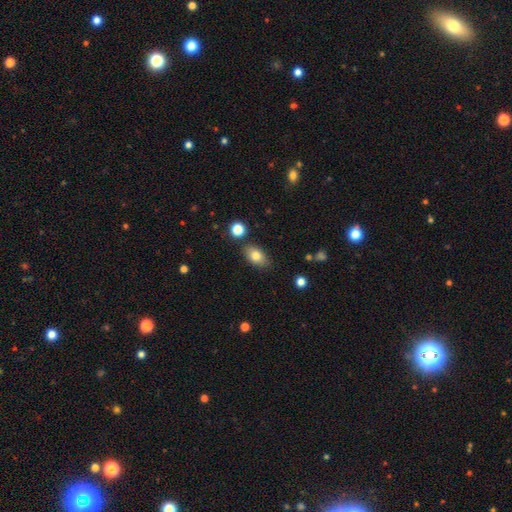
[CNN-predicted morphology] The model was most divided on "smooth or featured": smooth: 79%, featured or disk: 12%, star or artifact: 9%. More confident: how rounded — in between (88%); merging — none (83%).